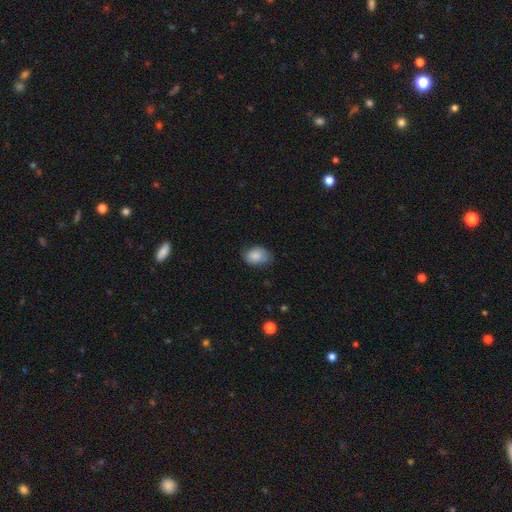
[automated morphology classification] This is clearly a smooth galaxy (85%). How rounded: likely in between (74%). Merging: likely none (65%).